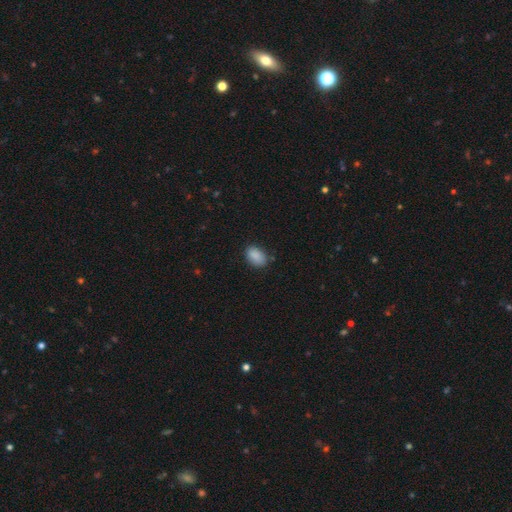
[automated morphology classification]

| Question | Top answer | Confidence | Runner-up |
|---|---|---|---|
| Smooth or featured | smooth | 89% | star or artifact (8%) |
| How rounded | in between | 87% | round (12%) |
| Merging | none | 82% | minor disturbance (14%) |